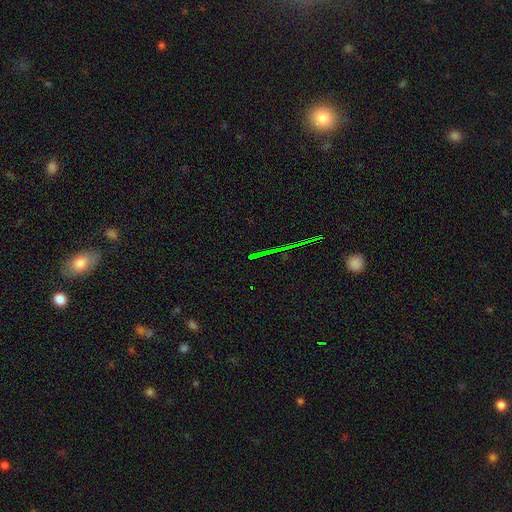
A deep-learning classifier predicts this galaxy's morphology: Smooth or featured?
  - star or artifact: 78% *
  - featured or disk: 12%
  - smooth: 10%